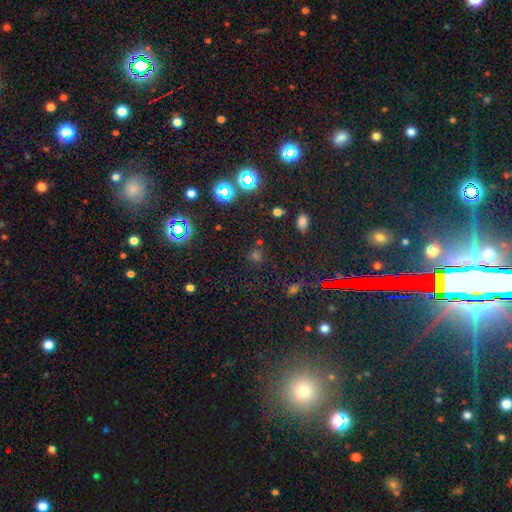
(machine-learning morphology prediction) Smooth or featured? star or artifact (52%)